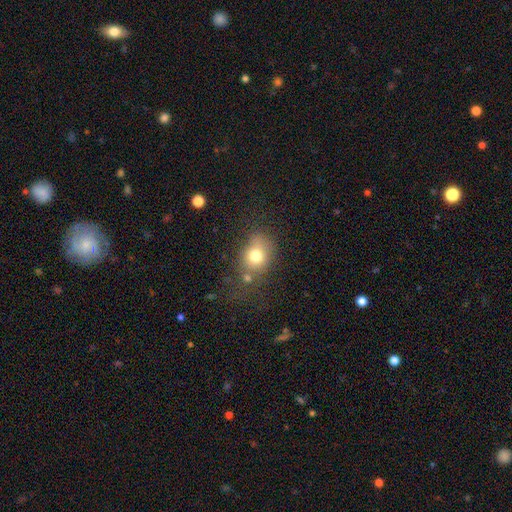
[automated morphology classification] smooth-or-featured: smooth: 75% | featured or disk: 14% | star or artifact: 12%
  how-rounded: in between: 50% | round: 49% | cigar-shaped: 1%
  merging: none: 51% | minor disturbance: 22% | merger: 13% | major disturbance: 13%